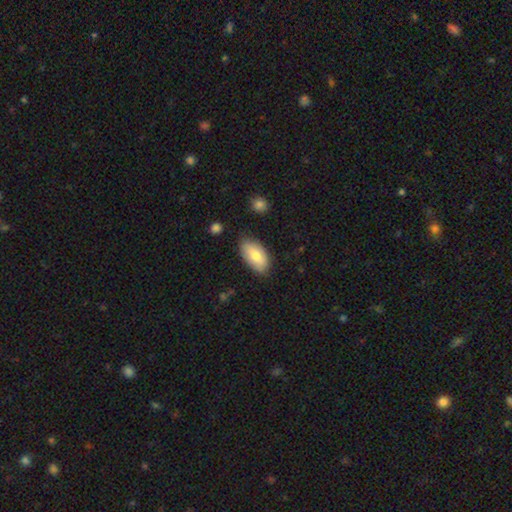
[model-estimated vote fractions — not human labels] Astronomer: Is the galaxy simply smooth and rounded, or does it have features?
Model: smooth — 75%.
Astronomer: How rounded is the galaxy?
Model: in between — 94%.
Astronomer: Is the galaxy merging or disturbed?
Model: none — 79%.